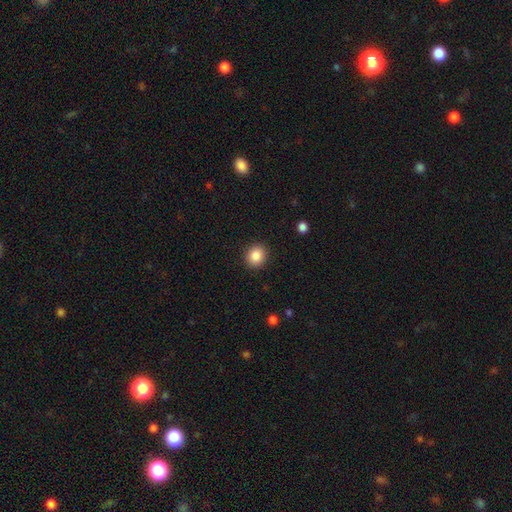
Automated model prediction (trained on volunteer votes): A smooth galaxy with no disk features (86%) that is round (81%). Merging: none (91%).